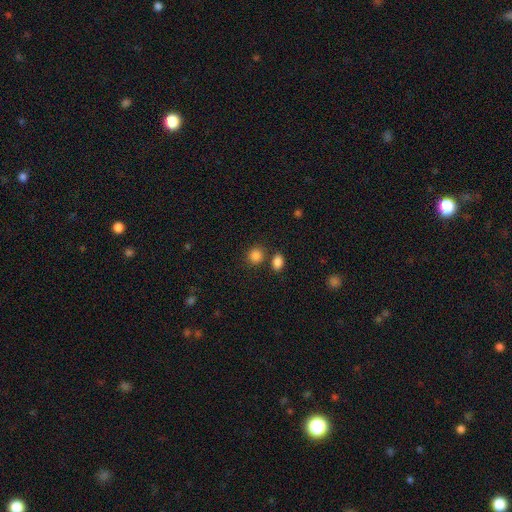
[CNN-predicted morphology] A smooth galaxy with no disk features (86%) that is round (74%).

Vote fractions:
- Smooth or featured? smooth: 86% / star or artifact: 10% / featured or disk: 4%
- How rounded? round: 74% / in between: 25% / cigar-shaped: 1%
- Merging? none: 71% / merger: 15% / minor disturbance: 10% / major disturbance: 4%